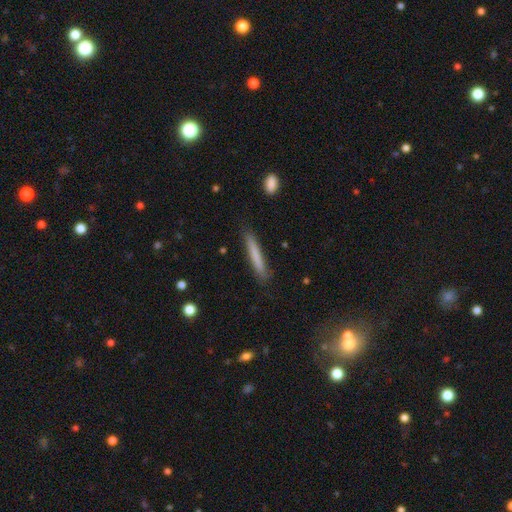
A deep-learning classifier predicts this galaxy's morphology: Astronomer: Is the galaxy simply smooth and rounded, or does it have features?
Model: smooth — 73%.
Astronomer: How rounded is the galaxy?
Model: cigar-shaped — 96%.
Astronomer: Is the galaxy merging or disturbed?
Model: none — 86%.